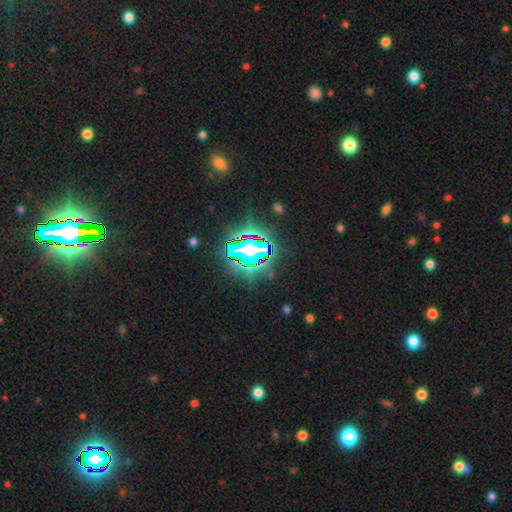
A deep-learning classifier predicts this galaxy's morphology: smooth_or_featured: star or artifact (p=0.83) [alt: smooth p=0.10]